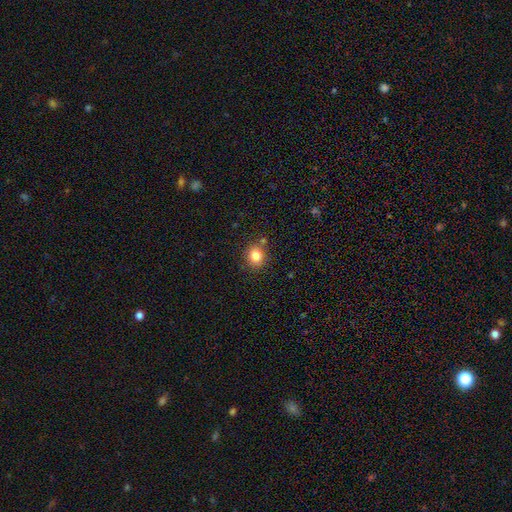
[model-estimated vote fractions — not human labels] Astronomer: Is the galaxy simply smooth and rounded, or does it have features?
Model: smooth — 83%.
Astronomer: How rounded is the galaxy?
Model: round — 71%.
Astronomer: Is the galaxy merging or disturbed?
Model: none — 80%.